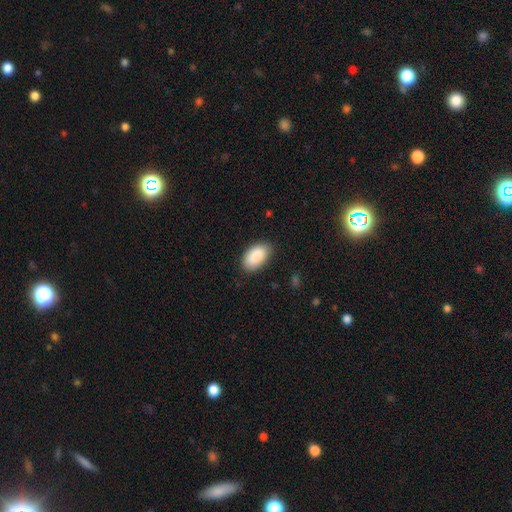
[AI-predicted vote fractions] smooth 89%, star or artifact 6%, featured or disk 5%. Down the decision tree: how rounded — in between (95%); merging — none (84%).